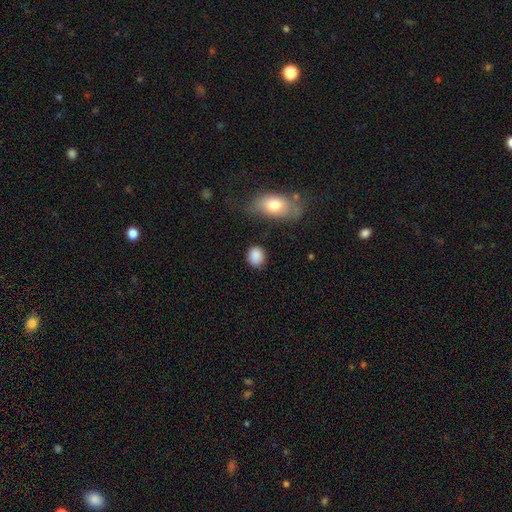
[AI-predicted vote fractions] Q: Smooth or featured?
A: smooth (87%); runner-up: star or artifact (8%)
Q: How rounded?
A: round (63%); runner-up: in between (35%)
Q: Merging?
A: none (79%); runner-up: minor disturbance (13%)